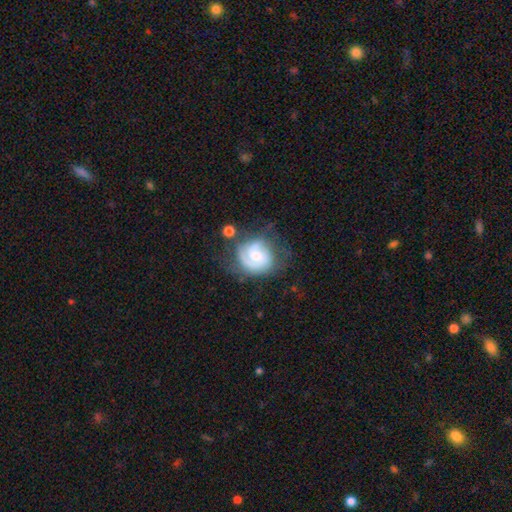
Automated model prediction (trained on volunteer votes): Overall: featured or disk (77%). Edge-on disk: no (98%). Bar: no (58%; weak 37%). Spiral arms: yes (93%). Spiral arm count: 2 (56%; can't tell 17%). Spiral winding: tight (49%; medium 38%). Bulge size: moderate (51%; small 40%). Merging: none (58%; minor disturbance 23%).